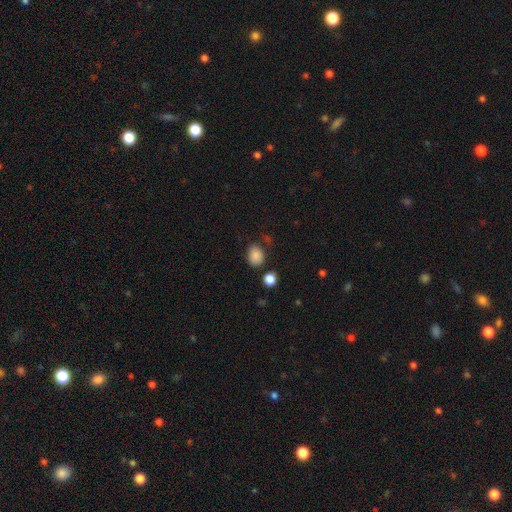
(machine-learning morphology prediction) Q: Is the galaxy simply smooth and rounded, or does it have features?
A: smooth — 86%.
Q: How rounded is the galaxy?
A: in between — 53%.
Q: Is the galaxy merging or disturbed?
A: none — 74%.